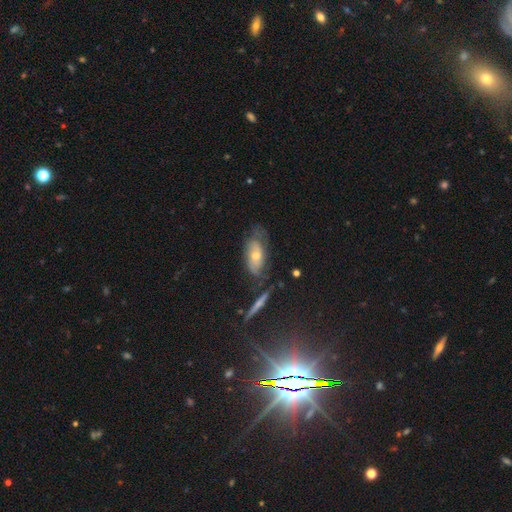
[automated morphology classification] smooth_or_featured: featured or disk (p=0.49) [alt: smooth p=0.43]
merging: none (p=0.49) [alt: minor disturbance p=0.29]